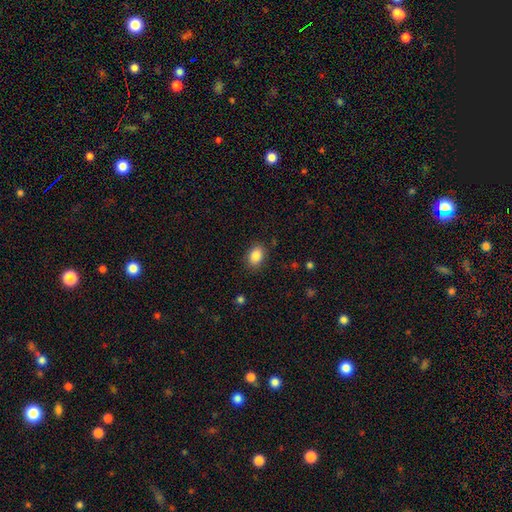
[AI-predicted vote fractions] The model was most divided on "how rounded": in between: 75%, round: 24%, cigar-shaped: 1%. More confident: merging — none (87%); smooth or featured — smooth (87%).